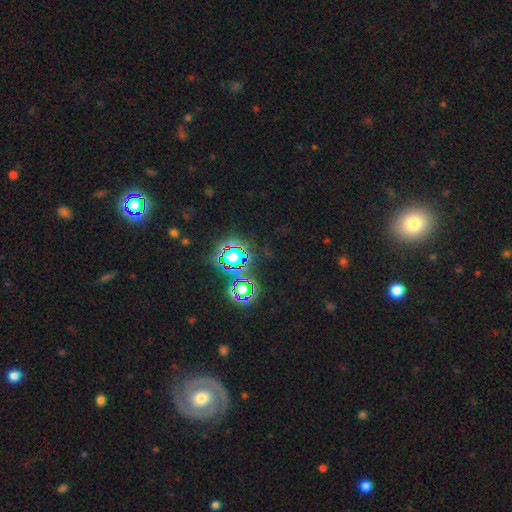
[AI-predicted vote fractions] This is possibly a star or artifact rather than a galaxy (58%).